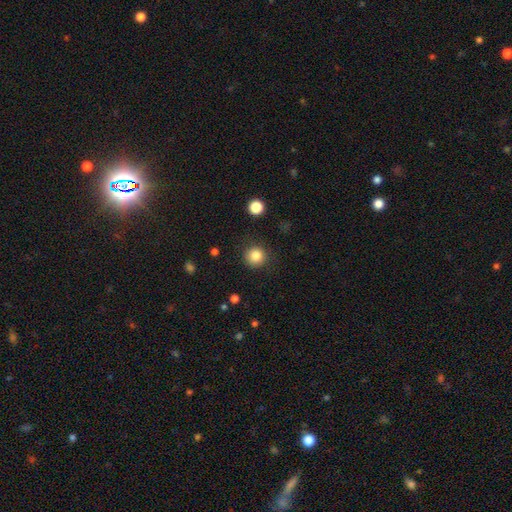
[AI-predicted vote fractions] Smooth or featured: smooth — 83% (star or artifact — 11%)
How rounded: round — 94% (in between — 5%)
Merging: none — 89% (minor disturbance — 7%)